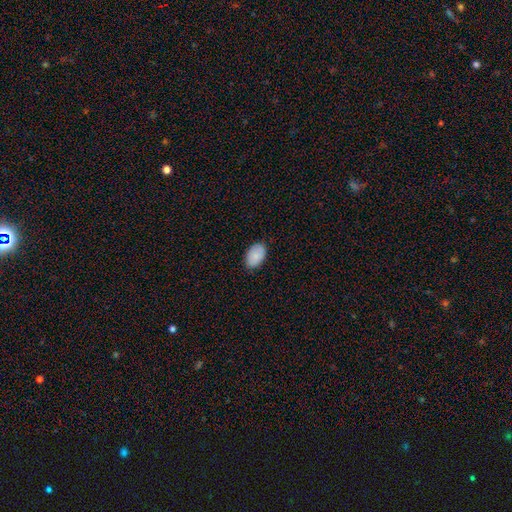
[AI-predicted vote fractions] Smooth or featured? smooth (87%)
How rounded? in between (92%)
Merging? none (85%)